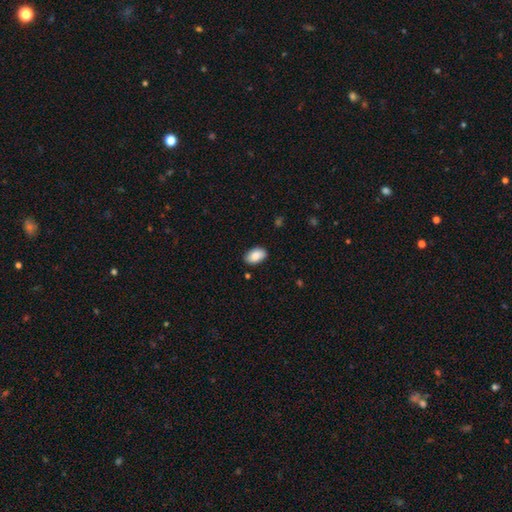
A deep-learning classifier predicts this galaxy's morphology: smooth 87%, featured or disk 7%, star or artifact 7%. Down the decision tree: how rounded — in between (93%); merging — none (86%).